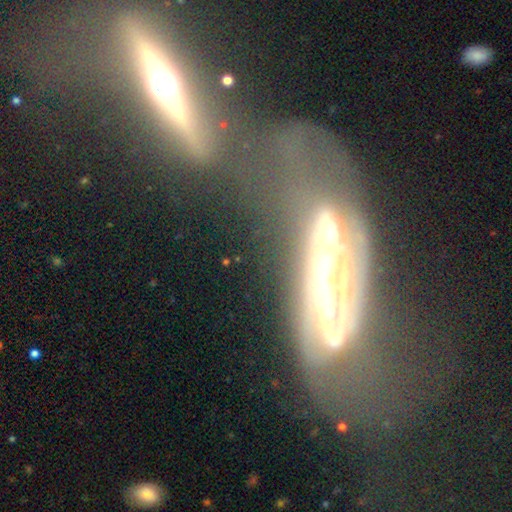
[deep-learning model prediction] A featured or disk galaxy (78%).

Vote fractions:
- Smooth or featured? featured or disk: 78% / smooth: 13% / star or artifact: 9%
- Edge-on disk? no: 60% / yes: 40%
- Merging? merger: 35% / major disturbance: 31% / none: 20% / minor disturbance: 14%